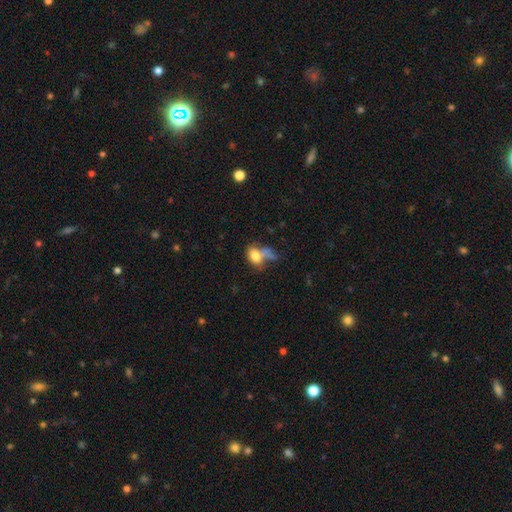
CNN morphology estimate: type=smooth (74%); roundness=in between (82%); merging=merger (34%).